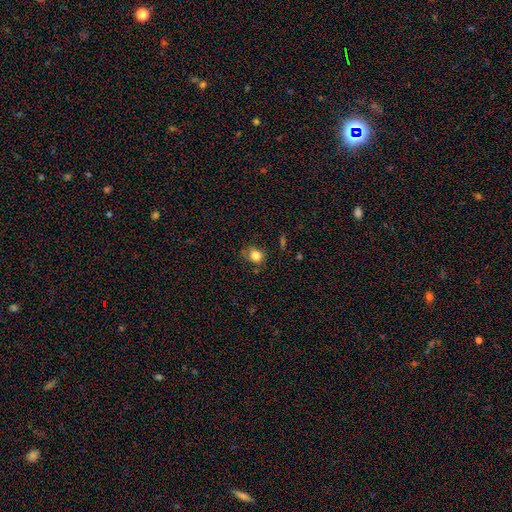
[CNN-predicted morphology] Smooth or featured? Predicted: smooth (p=0.82). How rounded? Predicted: round (p=0.64). Merging? Predicted: none (p=0.62).